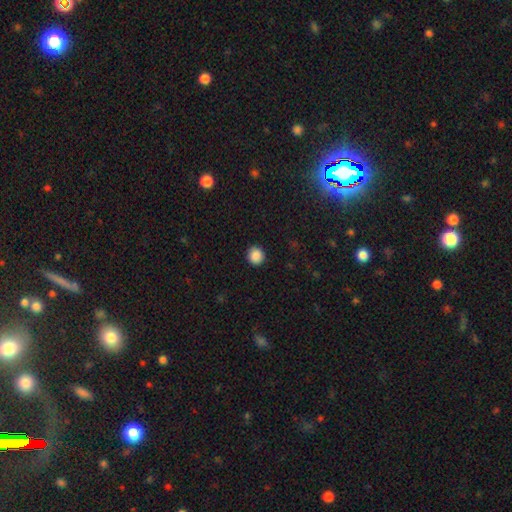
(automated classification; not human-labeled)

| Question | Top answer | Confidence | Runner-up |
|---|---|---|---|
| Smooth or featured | smooth | 88% | star or artifact (9%) |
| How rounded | round | 91% | in between (8%) |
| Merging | none | 91% | minor disturbance (6%) |